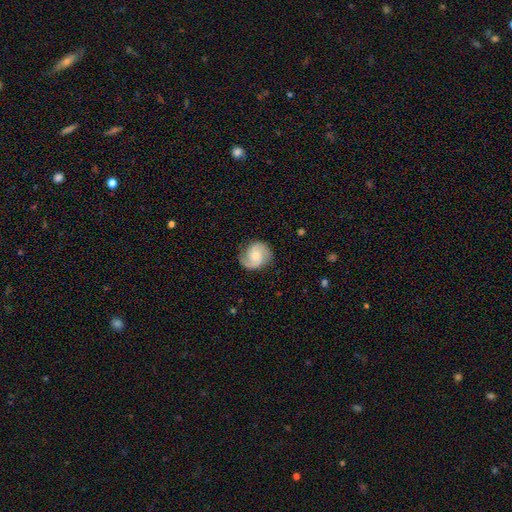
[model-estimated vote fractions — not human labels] Smooth or featured? Predicted: featured or disk (p=0.77). Edge-on disk? Predicted: no (p=0.98). Bar? Predicted: no (p=0.60). Spiral arms? Predicted: yes (p=0.97). Spiral winding? Predicted: medium (p=0.49). Spiral arm count? Predicted: 2 (p=0.89). Bulge size? Predicted: moderate (p=0.45). Merging? Predicted: none (p=0.81).